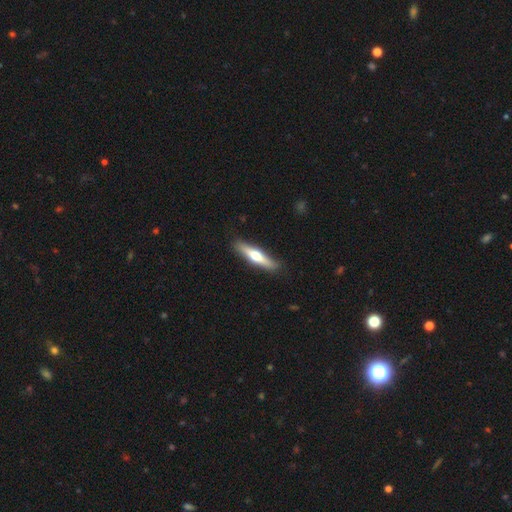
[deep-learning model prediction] Smooth or featured? featured or disk (52%)
Edge-on disk? yes (94%)
Merging? none (89%)